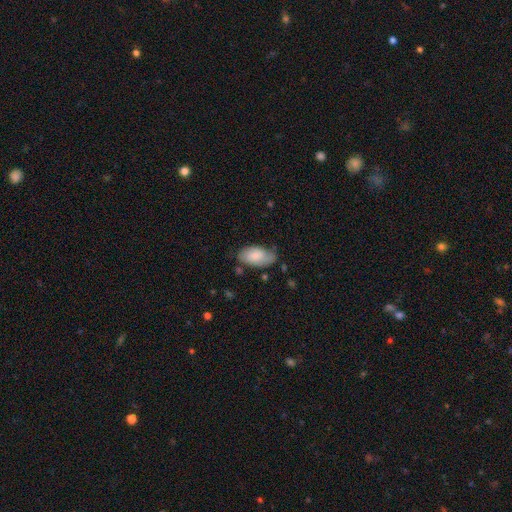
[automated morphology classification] smooth_or_featured: smooth (p=0.78) [alt: featured or disk p=0.16]
how_rounded: in between (p=0.95) [alt: cigar-shaped p=0.03]
merging: none (p=0.63) [alt: minor disturbance p=0.28]